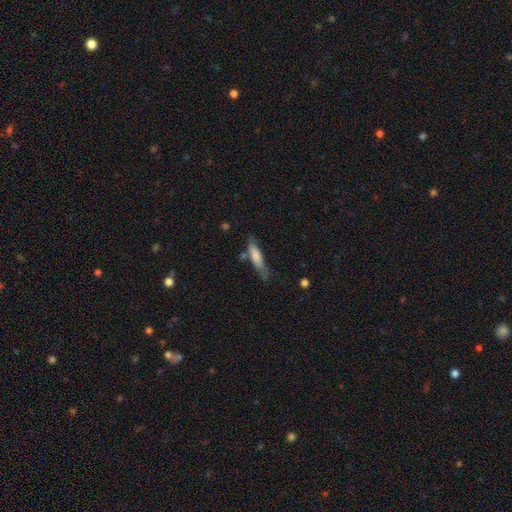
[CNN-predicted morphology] This is likely a smooth galaxy (72%). How rounded: likely cigar-shaped (73%). Merging: possibly none (59%).